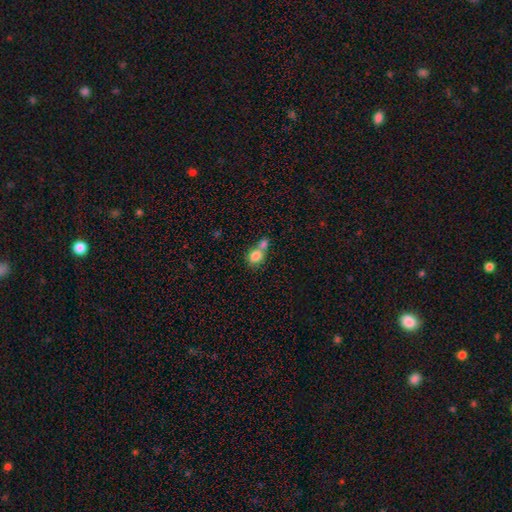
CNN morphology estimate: type=smooth (81%); roundness=round (68%); merging=merger (59%).